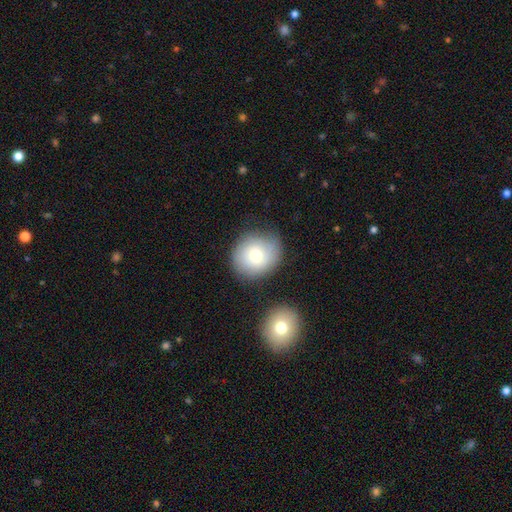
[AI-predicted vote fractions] Q: Smooth or featured?
A: smooth (71%); runner-up: featured or disk (19%)
Q: How rounded?
A: round (81%); runner-up: in between (18%)
Q: Merging?
A: none (76%); runner-up: minor disturbance (15%)